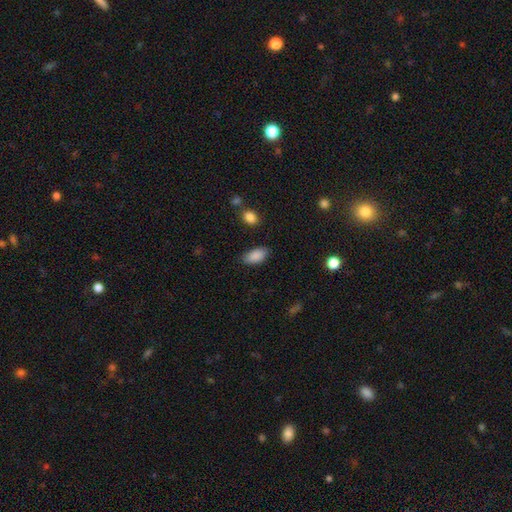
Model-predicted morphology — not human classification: Overall: smooth (88%). How rounded: in between (93%). Merging: none (82%).